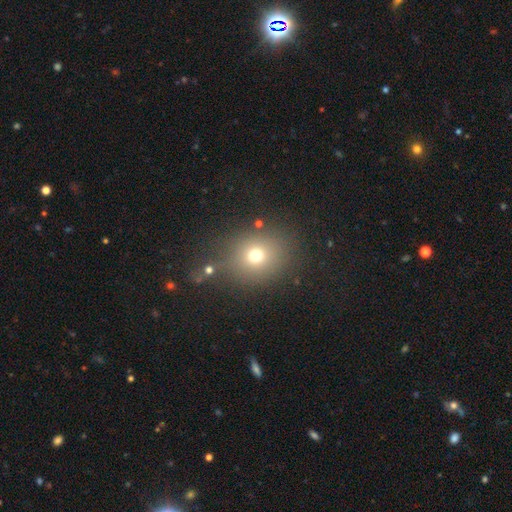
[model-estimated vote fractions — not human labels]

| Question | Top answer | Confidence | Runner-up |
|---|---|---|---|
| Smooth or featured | smooth | 71% | star or artifact (18%) |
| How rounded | round | 70% | in between (29%) |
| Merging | none | 71% | minor disturbance (12%) |